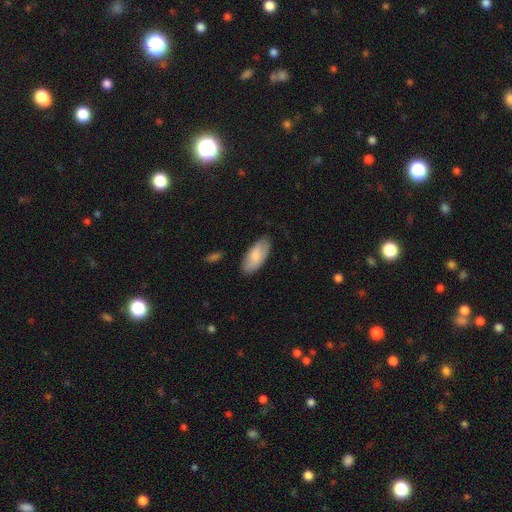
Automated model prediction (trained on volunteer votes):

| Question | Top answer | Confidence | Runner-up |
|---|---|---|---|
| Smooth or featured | smooth | 81% | featured or disk (14%) |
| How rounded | in between | 90% | cigar-shaped (8%) |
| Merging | none | 82% | minor disturbance (14%) |